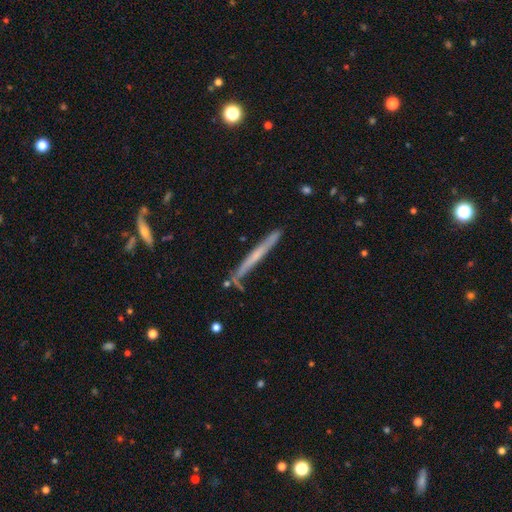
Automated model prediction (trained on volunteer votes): Morphology: type=featured or disk (53%); edge-on=yes (93%); merging=none (75%).